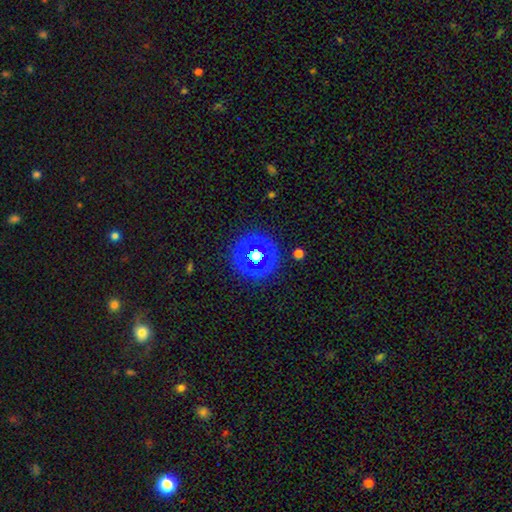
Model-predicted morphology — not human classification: star or artifact 58%, smooth 30%, featured or disk 12%.